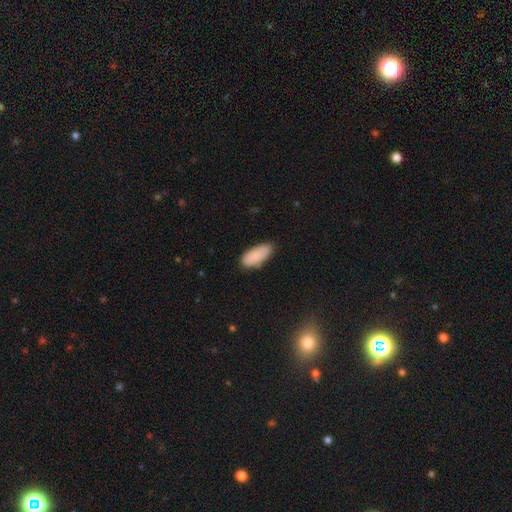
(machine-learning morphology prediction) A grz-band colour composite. It shows a smooth galaxy with no disk features (88%) that is in between round and cigar-shaped (85%). Merging: none (78%).